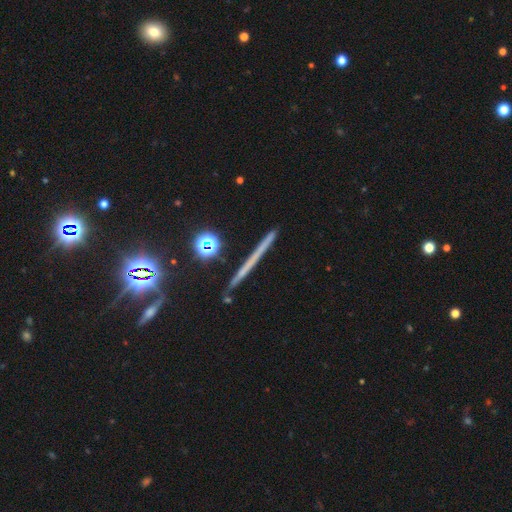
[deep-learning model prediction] featured or disk 48%, smooth 30%, star or artifact 22%. Down the decision tree: merging — none (86%).